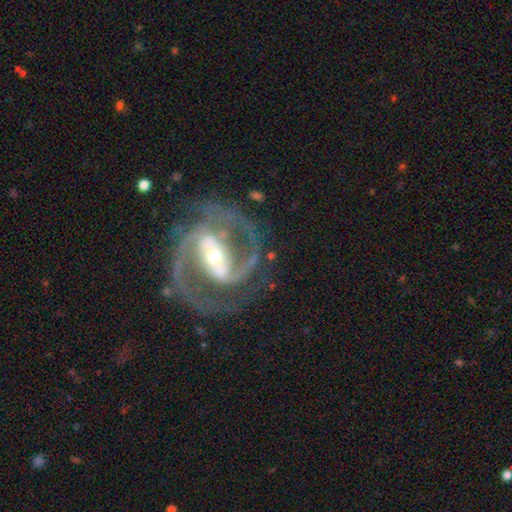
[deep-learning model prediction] Q: Smooth or featured?
A: featured or disk (92%); runner-up: star or artifact (5%)
Q: Edge-on disk?
A: no (97%); runner-up: yes (3%)
Q: Bar?
A: strong (65%); runner-up: weak (25%)
Q: Spiral arms?
A: yes (98%); runner-up: no (2%)
Q: Spiral winding?
A: medium (56%); runner-up: tight (36%)
Q: Spiral arm count?
A: 2 (90%); runner-up: 3 (4%)
Q: Bulge size?
A: small (47%); runner-up: moderate (46%)
Q: Merging?
A: none (78%); runner-up: minor disturbance (13%)